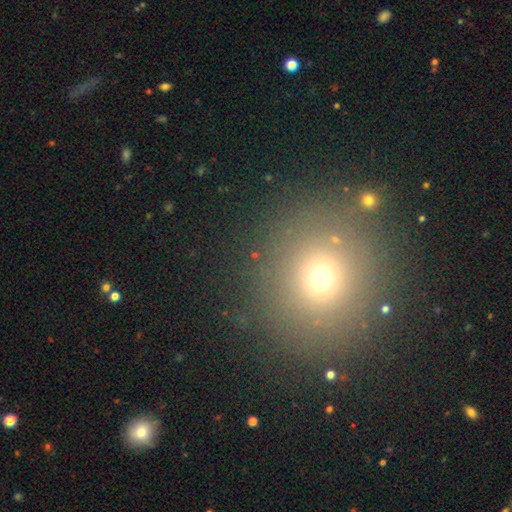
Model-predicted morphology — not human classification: type=smooth (57%); roundness=round (83%); merging=none (82%).